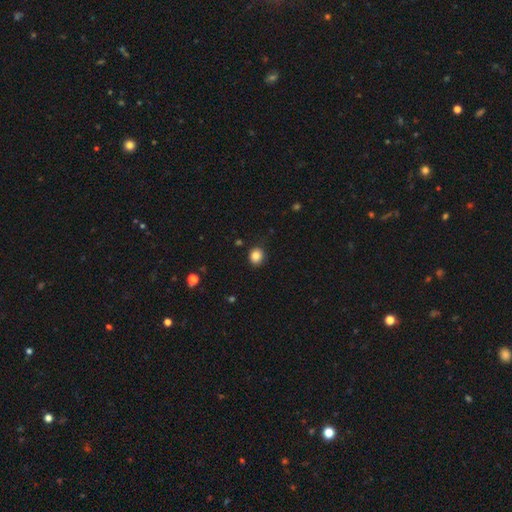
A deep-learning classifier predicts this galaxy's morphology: Smooth or featured? Predicted: smooth (p=0.85). How rounded? Predicted: round (p=0.75). Merging? Predicted: none (p=0.89).